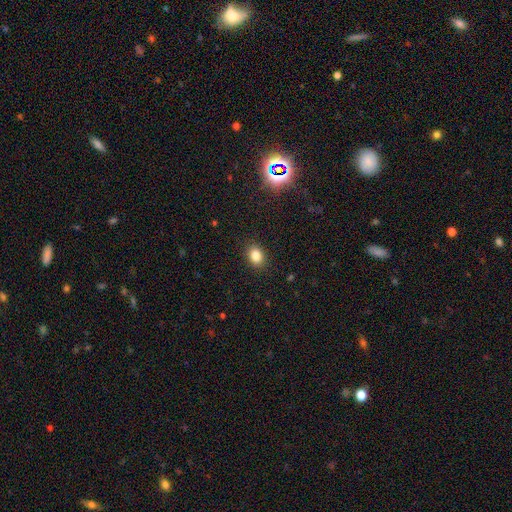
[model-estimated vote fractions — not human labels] A smooth galaxy with no disk features (84%) that is in between round and cigar-shaped (66%).

Vote fractions:
- Smooth or featured? smooth: 84% / star or artifact: 11% / featured or disk: 5%
- How rounded? in between: 66% / round: 32% / cigar-shaped: 1%
- Merging? none: 88% / minor disturbance: 8% / major disturbance: 2% / merger: 1%